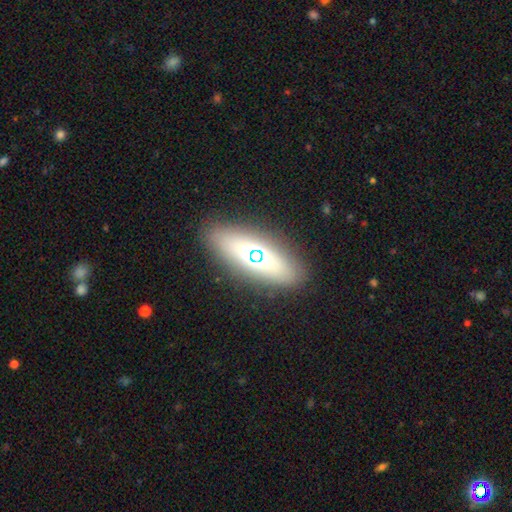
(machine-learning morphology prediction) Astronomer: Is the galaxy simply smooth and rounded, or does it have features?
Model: smooth — 47% (runner-up: featured or disk, 38%).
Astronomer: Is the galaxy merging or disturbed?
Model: none — 86%.